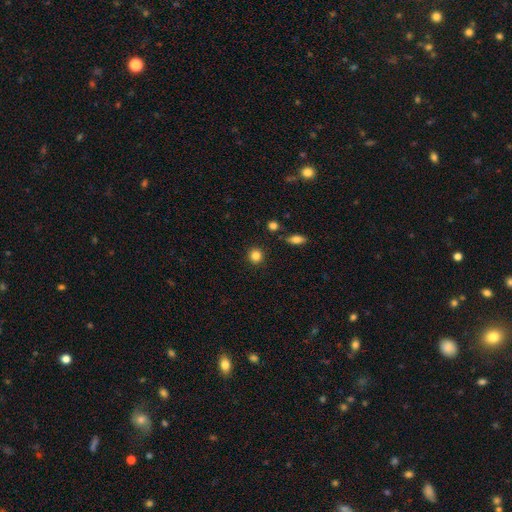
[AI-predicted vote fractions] smooth_or_featured: smooth (p=0.85) [alt: star or artifact p=0.11]
how_rounded: round (p=0.91) [alt: in between p=0.08]
merging: none (p=0.89) [alt: minor disturbance p=0.06]